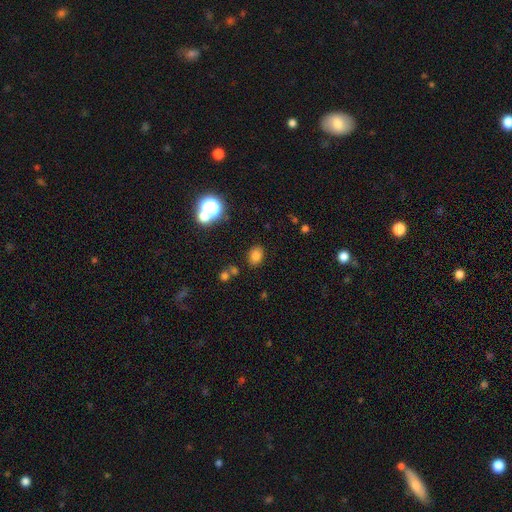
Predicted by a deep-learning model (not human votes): smooth_or_featured: smooth (p=0.77) [alt: star or artifact p=0.17]
how_rounded: in between (p=0.72) [alt: round p=0.27]
merging: none (p=0.83) [alt: minor disturbance p=0.10]